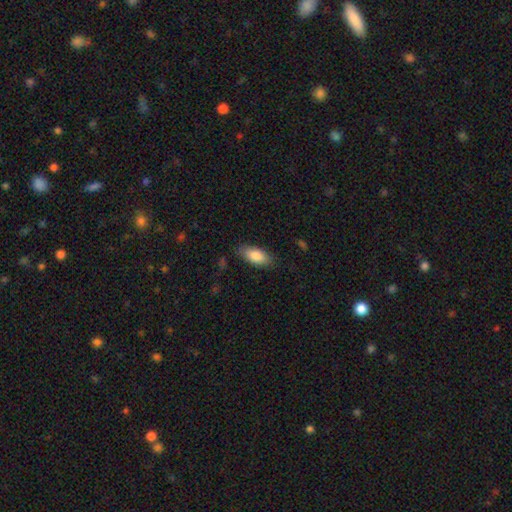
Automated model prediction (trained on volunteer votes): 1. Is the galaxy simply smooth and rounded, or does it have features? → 85% smooth, 8% featured or disk, 6% star or artifact.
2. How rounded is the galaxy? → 88% in between, 10% cigar-shaped, 2% round.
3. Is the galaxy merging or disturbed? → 83% none, 13% minor disturbance, 3% major disturbance, 1% merger.